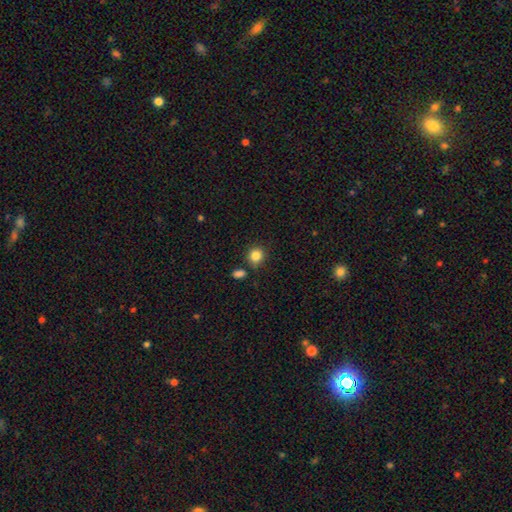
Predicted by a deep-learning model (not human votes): Smooth or featured: smooth — 85% (star or artifact — 10%)
How rounded: round — 86% (in between — 13%)
Merging: none — 78% (minor disturbance — 11%)